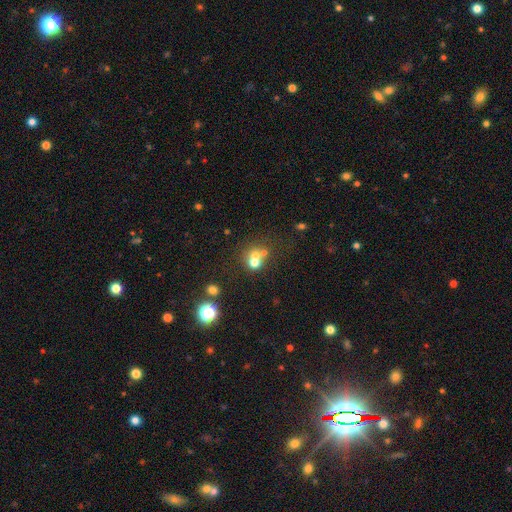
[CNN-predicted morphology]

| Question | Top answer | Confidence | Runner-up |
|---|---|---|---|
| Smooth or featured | smooth | 61% | featured or disk (20%) |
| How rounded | round | 82% | in between (17%) |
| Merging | merger | 51% | none (38%) |